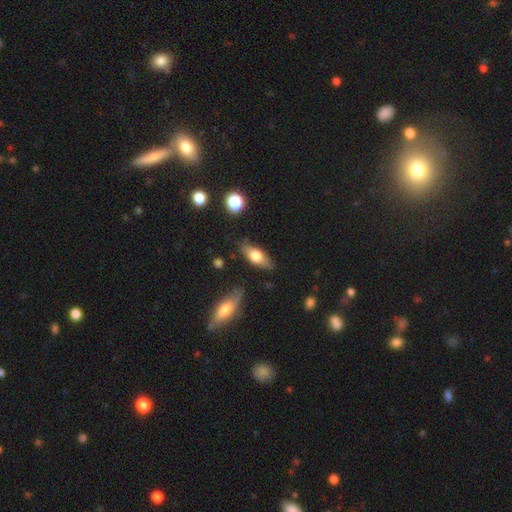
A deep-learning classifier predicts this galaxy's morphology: The model was most divided on "smooth or featured": smooth: 61%, featured or disk: 33%, star or artifact: 6%. More confident: merging — none (80%); how rounded — in between (72%).